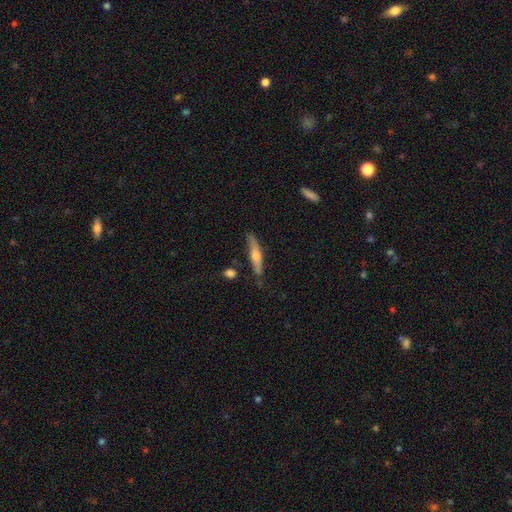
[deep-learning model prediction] This appears to be a featured or disk galaxy (63%) viewed edge-on (92%) with a rounded central bulge (86%). Merging: none (77%).